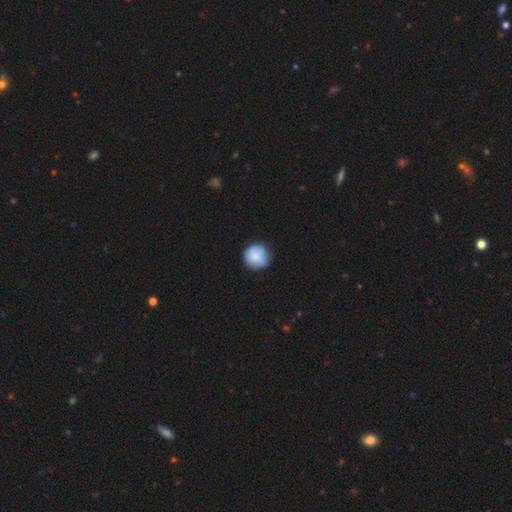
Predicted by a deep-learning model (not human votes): A smooth galaxy with no disk features (85%) that is round (95%).

Vote fractions:
- Smooth or featured? smooth: 85% / featured or disk: 8% / star or artifact: 7%
- How rounded? round: 95% / in between: 4% / cigar-shaped: 1%
- Merging? none: 84% / minor disturbance: 12% / major disturbance: 2% / merger: 1%